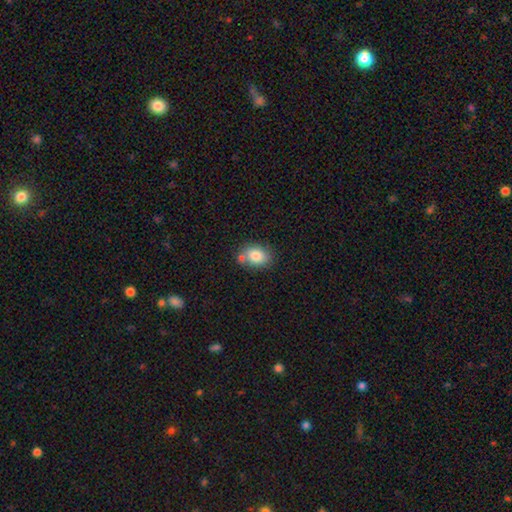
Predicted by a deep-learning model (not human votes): Smooth or featured?
  - smooth: 82% *
  - featured or disk: 9%
  - star or artifact: 9%
How rounded?
  - in between: 67% *
  - round: 32%
  - cigar-shaped: 1%
Merging?
  - none: 63% *
  - merger: 19%
  - minor disturbance: 15%
  - major disturbance: 4%